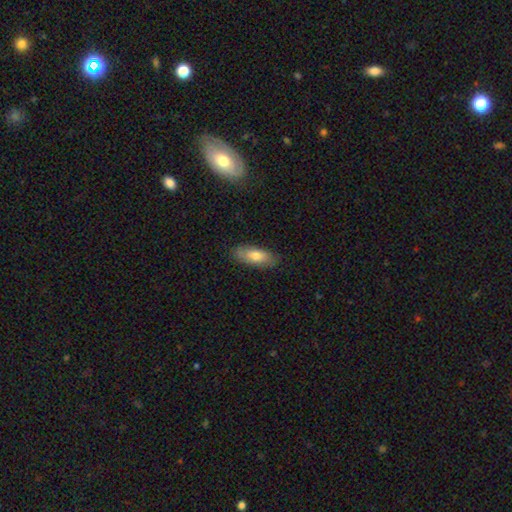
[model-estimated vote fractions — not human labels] This is likely a smooth galaxy (72%). How rounded: likely in between (72%). Merging: clearly none (85%).